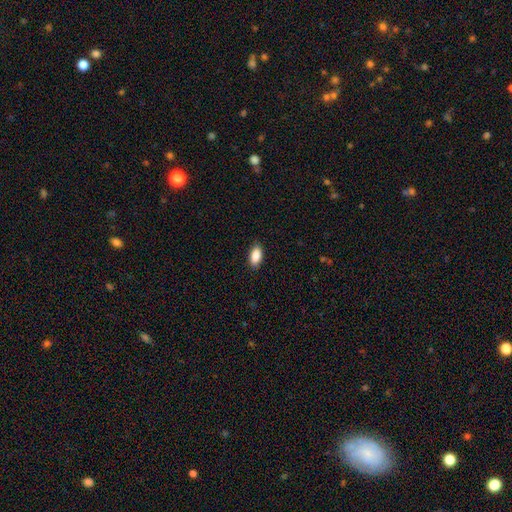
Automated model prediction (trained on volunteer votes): Q: Smooth or featured?
A: smooth (89%); runner-up: star or artifact (7%)
Q: How rounded?
A: in between (92%); runner-up: cigar-shaped (5%)
Q: Merging?
A: none (88%); runner-up: minor disturbance (9%)